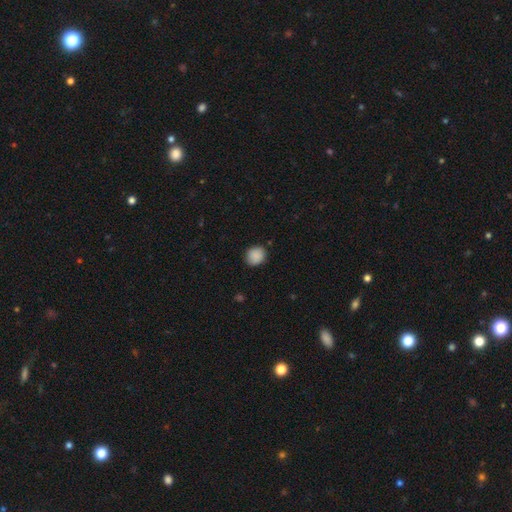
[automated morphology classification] The model was most divided on "how rounded": round: 73%, in between: 26%, cigar-shaped: 1%. More confident: smooth or featured — smooth (89%); merging — none (84%).